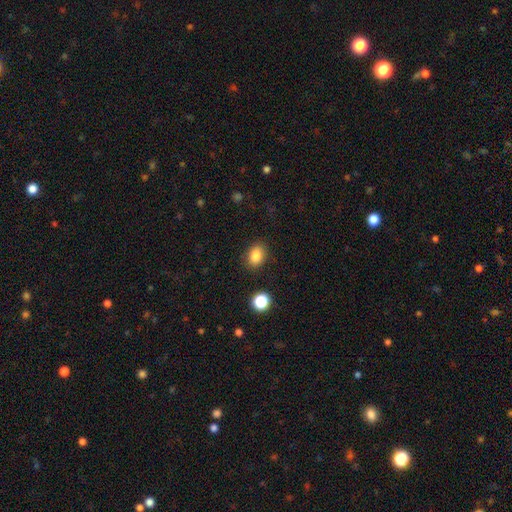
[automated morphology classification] Overall: smooth (84%). How rounded: in between (68%; round 31%). Merging: none (87%).